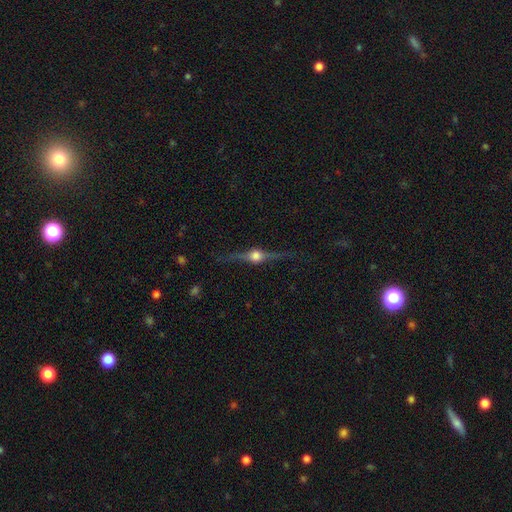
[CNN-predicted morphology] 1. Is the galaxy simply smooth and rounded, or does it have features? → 86% featured or disk, 8% smooth, 7% star or artifact.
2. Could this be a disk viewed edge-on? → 98% yes, 2% no.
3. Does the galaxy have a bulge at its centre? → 95% rounded, 3% boxy, 1% none.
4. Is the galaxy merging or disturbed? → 88% none, 9% minor disturbance, 2% major disturbance, 1% merger.